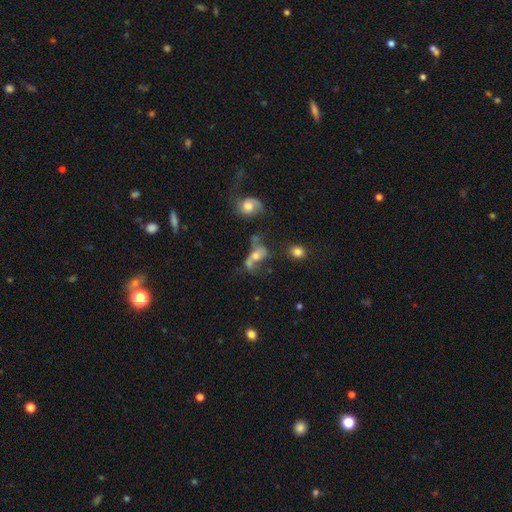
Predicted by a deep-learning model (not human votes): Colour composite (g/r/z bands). It shows a smooth galaxy with no disk features (44%). Merging: merger (41%).